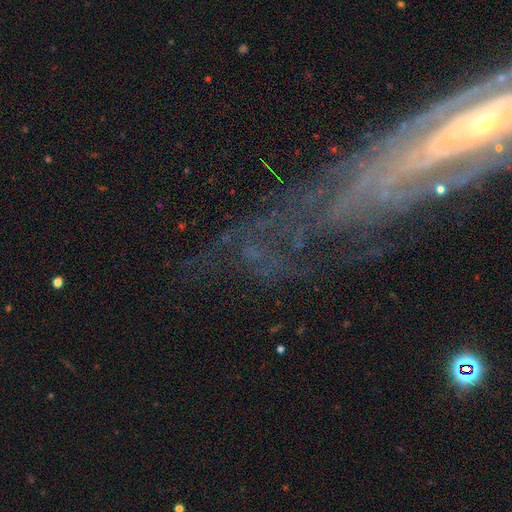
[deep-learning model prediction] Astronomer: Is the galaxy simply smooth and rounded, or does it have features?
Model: featured or disk — 50% (runner-up: star or artifact, 35%).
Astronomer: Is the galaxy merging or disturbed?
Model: none — 58%.